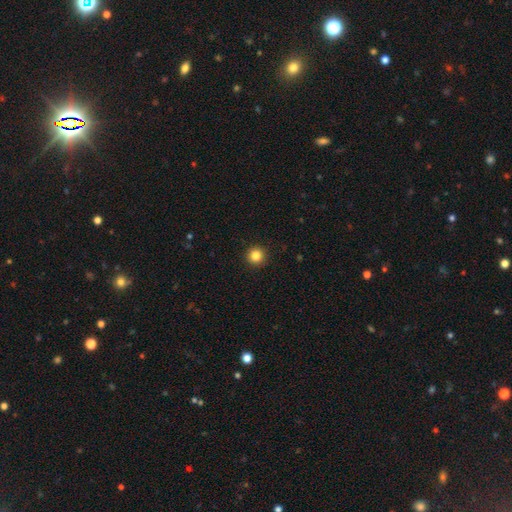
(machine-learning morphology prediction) Smooth or featured? Predicted: smooth (p=0.85). How rounded? Predicted: round (p=0.96). Merging? Predicted: none (p=0.93).